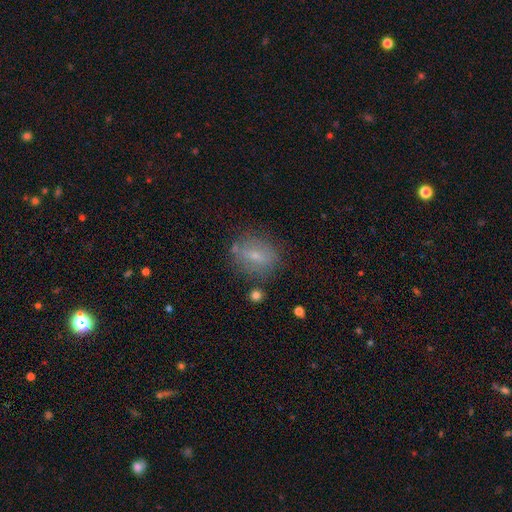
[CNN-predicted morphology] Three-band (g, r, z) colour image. It shows a smooth galaxy with no disk features (59%) that is in between round and cigar-shaped (50%). Merging: none (74%).